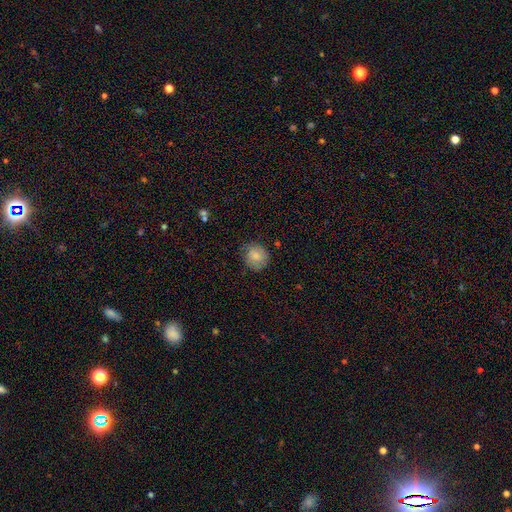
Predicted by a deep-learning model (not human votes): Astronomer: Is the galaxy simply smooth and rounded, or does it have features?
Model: smooth — 82%.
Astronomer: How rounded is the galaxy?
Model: round — 82%.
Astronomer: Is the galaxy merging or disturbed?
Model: none — 76%.